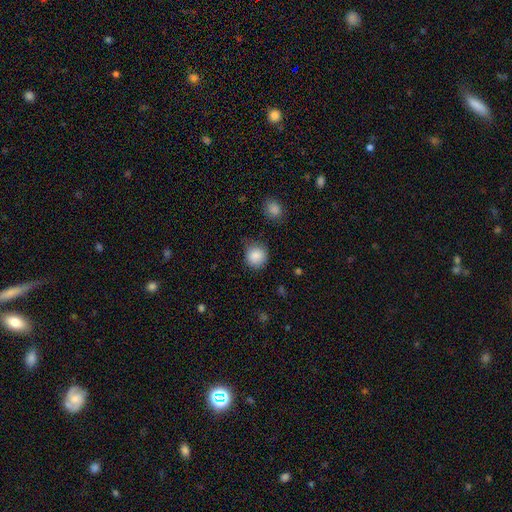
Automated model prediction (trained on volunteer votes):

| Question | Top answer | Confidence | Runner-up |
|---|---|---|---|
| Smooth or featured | smooth | 88% | star or artifact (9%) |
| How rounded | round | 89% | in between (10%) |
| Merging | none | 74% | minor disturbance (19%) |